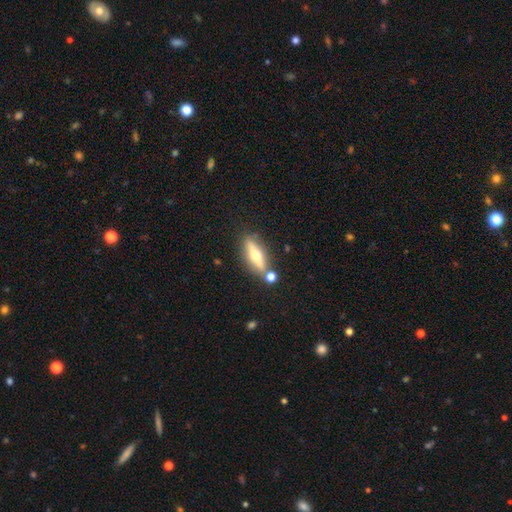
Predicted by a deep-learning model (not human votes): Smooth or featured? featured or disk (49%)
Merging? none (76%)